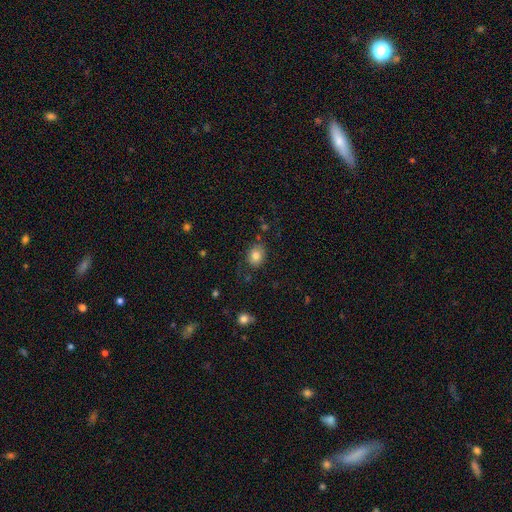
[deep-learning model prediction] smooth_or_featured: smooth (p=0.82) [alt: star or artifact p=0.10]
how_rounded: in between (p=0.54) [alt: round p=0.45]
merging: none (p=0.79) [alt: minor disturbance p=0.15]